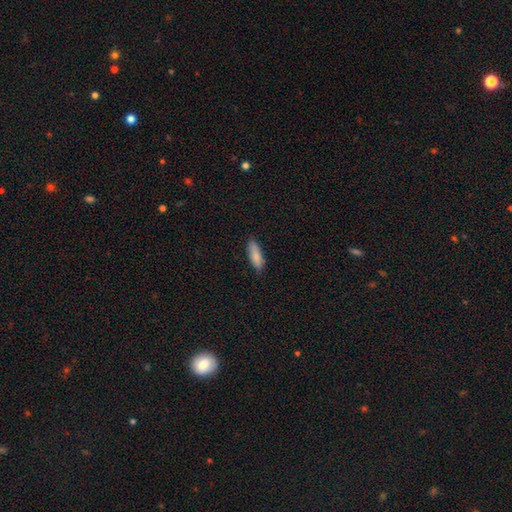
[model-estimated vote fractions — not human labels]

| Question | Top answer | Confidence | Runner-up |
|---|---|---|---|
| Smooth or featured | smooth | 86% | featured or disk (8%) |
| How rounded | in between | 57% | cigar-shaped (41%) |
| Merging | none | 82% | minor disturbance (14%) |